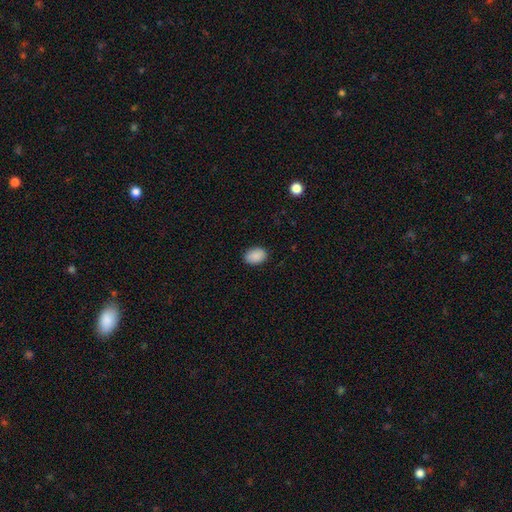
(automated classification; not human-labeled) smooth_or_featured: smooth (p=0.89) [alt: star or artifact p=0.08]
how_rounded: in between (p=0.78) [alt: round p=0.21]
merging: none (p=0.89) [alt: minor disturbance p=0.08]